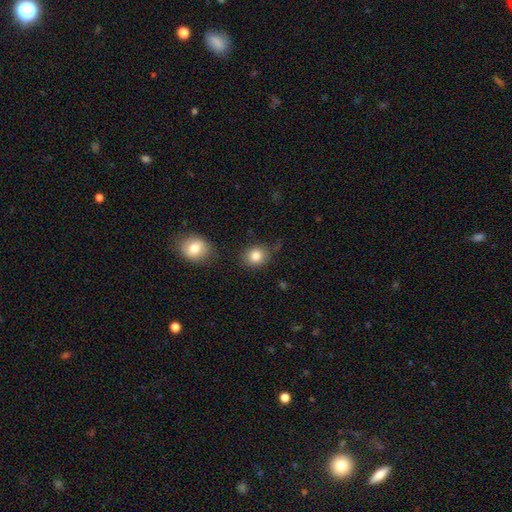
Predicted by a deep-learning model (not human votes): The model was most divided on "how rounded": round: 72%, in between: 27%, cigar-shaped: 1%. More confident: smooth or featured — smooth (83%); merging — none (76%).